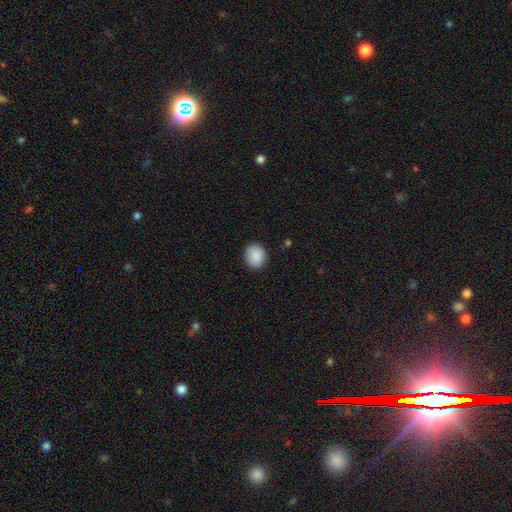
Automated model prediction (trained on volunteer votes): This appears to be a smooth galaxy with no disk features (89%) that is round (69%). Merging: none (87%).